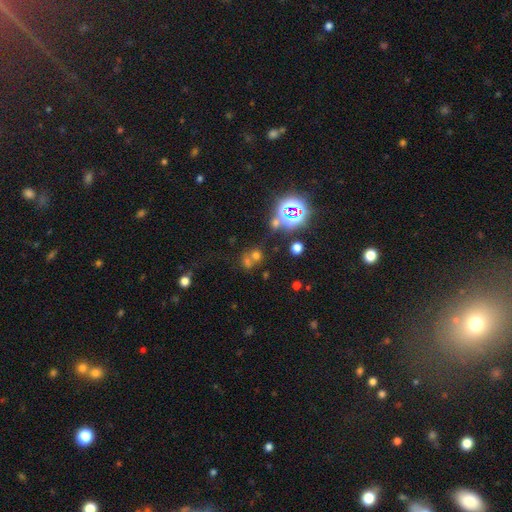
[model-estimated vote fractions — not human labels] Q: Smooth or featured?
A: smooth (49%); runner-up: star or artifact (38%)
Q: Merging?
A: none (46%); runner-up: merger (41%)